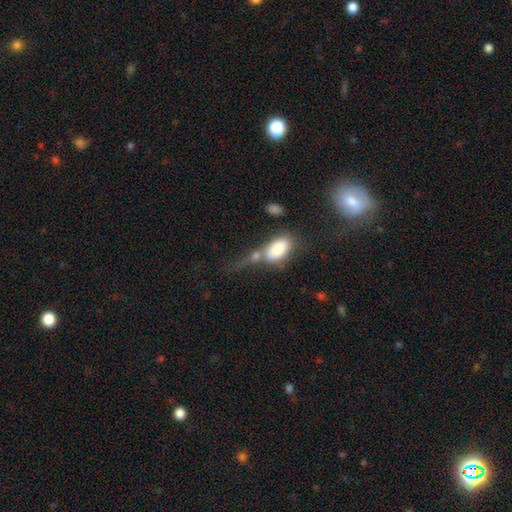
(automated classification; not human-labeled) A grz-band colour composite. It shows a smooth galaxy with no disk features (76%) that is in between round and cigar-shaped (88%). Merging: merger (38%).